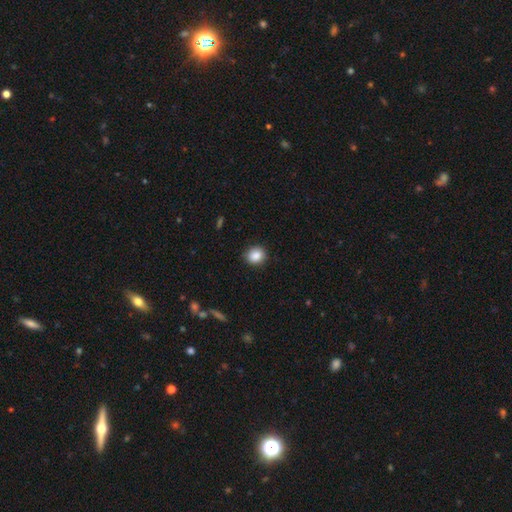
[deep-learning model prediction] Overall: smooth (87%). How rounded: round (75%). Merging: none (87%).